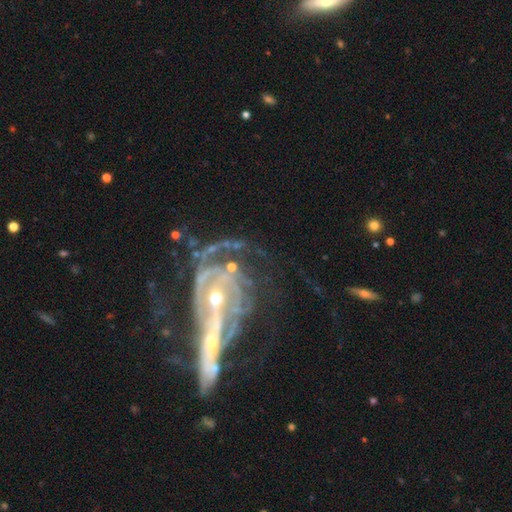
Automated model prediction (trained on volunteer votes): Smooth or featured? featured or disk (86%)
Edge-on disk? no (91%)
Bar? no (52%)
Spiral arms? yes (87%)
Spiral winding? tight (51%)
Spiral arm count? can't tell (38%)
Bulge size? small (50%)
Merging? merger (46%)